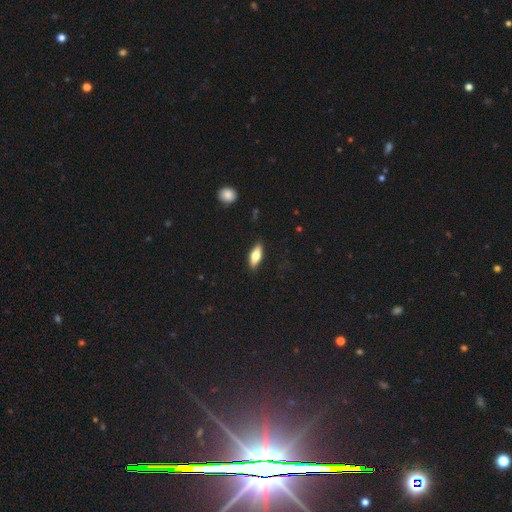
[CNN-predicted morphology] A smooth galaxy with no disk features (63%) that is in between round and cigar-shaped (64%). Merging: none (87%).